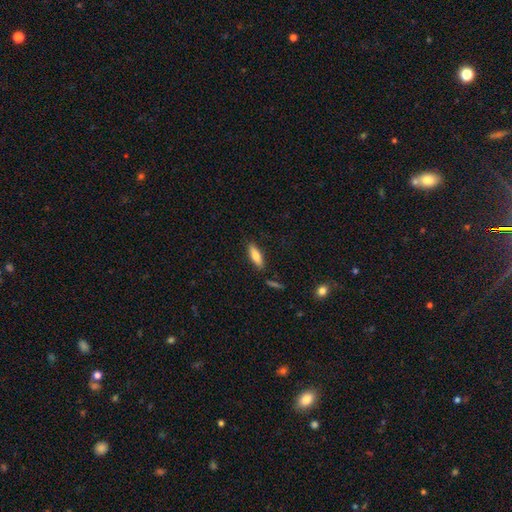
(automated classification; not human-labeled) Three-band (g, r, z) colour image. It shows a smooth galaxy with no disk features (77%) that is in between round and cigar-shaped (53%). Merging: none (85%).